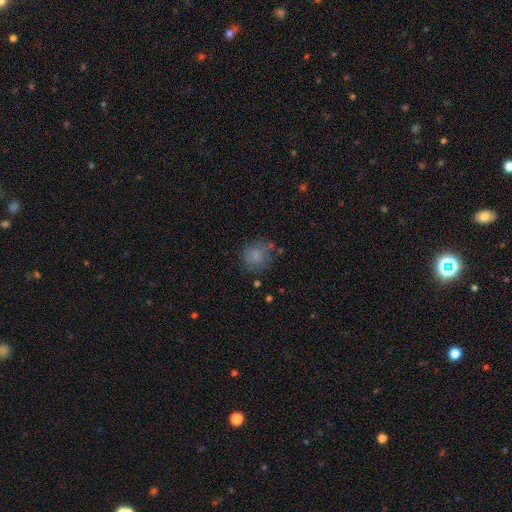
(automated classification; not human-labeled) Q: Smooth or featured?
A: smooth (76%); runner-up: featured or disk (12%)
Q: How rounded?
A: round (80%); runner-up: in between (19%)
Q: Merging?
A: none (63%); runner-up: minor disturbance (21%)